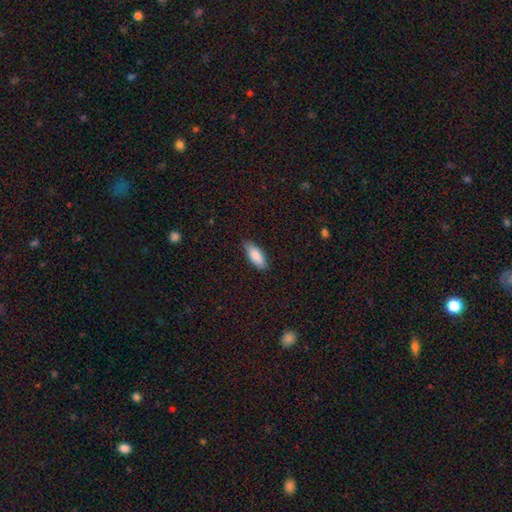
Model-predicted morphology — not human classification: A smooth galaxy with no disk features (85%) that is in between round and cigar-shaped (75%).

Vote fractions:
- Smooth or featured? smooth: 85% / featured or disk: 9% / star or artifact: 6%
- How rounded? in between: 75% / cigar-shaped: 23% / round: 2%
- Merging? none: 85% / minor disturbance: 12% / major disturbance: 2% / merger: 1%